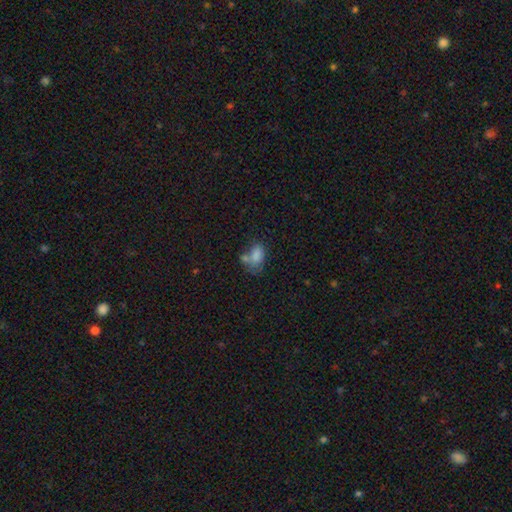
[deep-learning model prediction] This is likely a smooth galaxy (78%). How rounded: clearly in between (86%). Merging: marginally merger (35%).